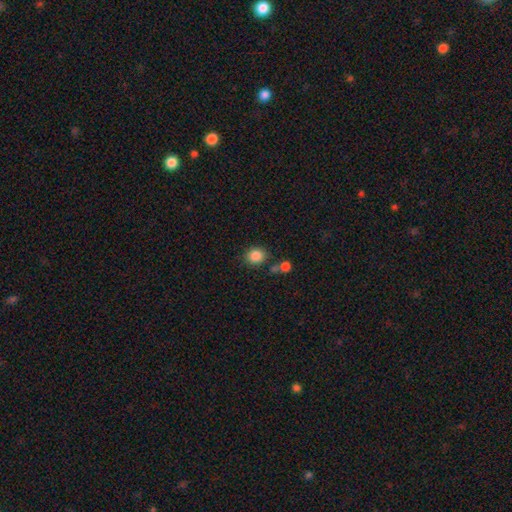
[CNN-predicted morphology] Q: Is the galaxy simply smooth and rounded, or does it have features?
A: smooth — 86%.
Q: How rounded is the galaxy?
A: round — 79%.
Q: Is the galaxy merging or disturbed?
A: none — 76%.